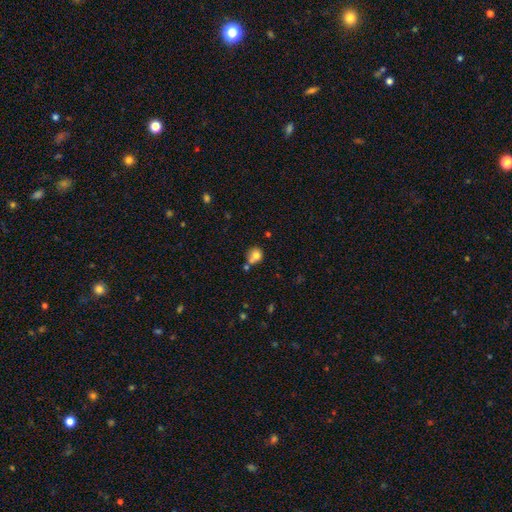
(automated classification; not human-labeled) Smooth or featured: smooth — 75% (featured or disk — 13%)
How rounded: round — 81% (in between — 18%)
Merging: none — 46% (merger — 35%)